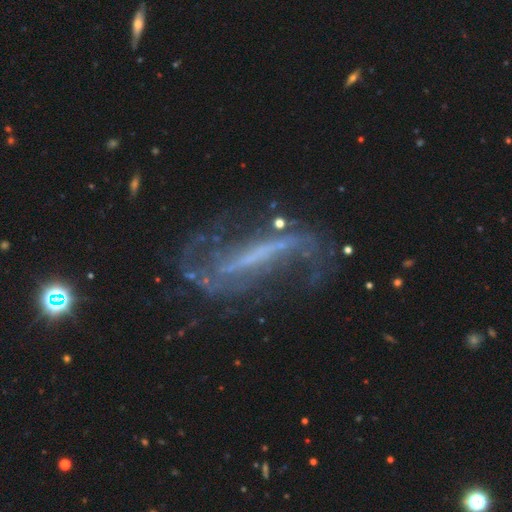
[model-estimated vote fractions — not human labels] Smooth or featured?
  - featured or disk: 82% *
  - star or artifact: 10%
  - smooth: 8%
Edge-on disk?
  - no: 80% *
  - yes: 20%
Bar?
  - strong: 68% *
  - weak: 20%
  - no: 12%
Spiral arms?
  - yes: 83% *
  - no: 17%
Spiral winding?
  - loose: 65% *
  - medium: 24%
  - tight: 11%
Spiral arm count?
  - 2: 75% *
  - can't tell: 12%
  - 1: 5%
  - 3: 3%
  - 4: 2%
  - more than 4: 2%
Bulge size?
  - none: 54% *
  - small: 31%
  - moderate: 11%
  - large: 3%
  - dominant: 1%
Merging?
  - none: 56% *
  - major disturbance: 22%
  - minor disturbance: 17%
  - merger: 5%